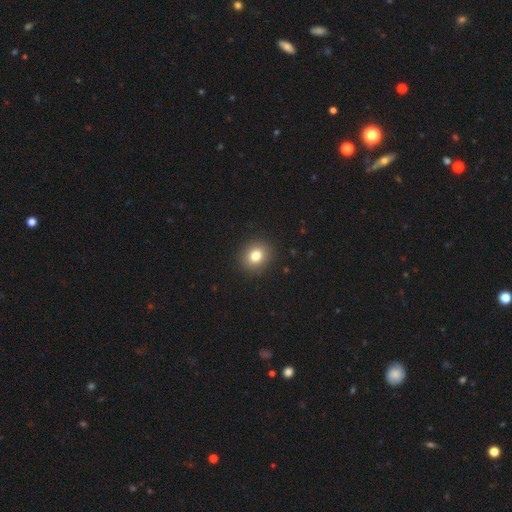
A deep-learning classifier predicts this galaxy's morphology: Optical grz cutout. It shows a smooth galaxy with no disk features (80%) that is round (77%). Merging: none (91%).